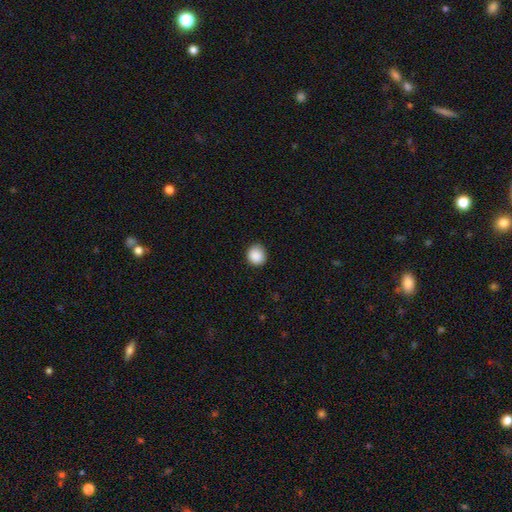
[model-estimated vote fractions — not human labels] smooth 89%, star or artifact 9%, featured or disk 3%. Down the decision tree: how rounded — round (86%); merging — none (87%).